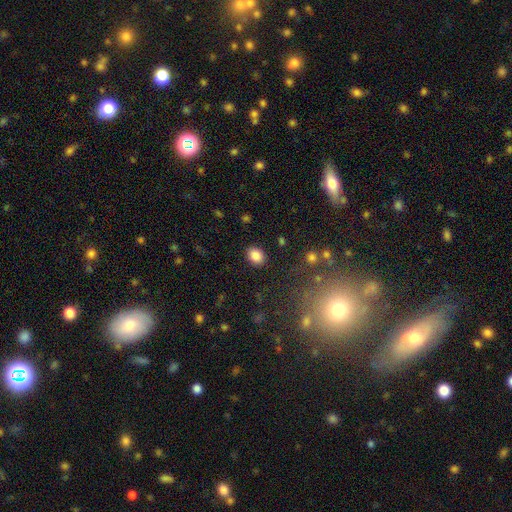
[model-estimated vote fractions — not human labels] This is clearly a smooth galaxy (85%). How rounded: possibly in between (58%). Merging: clearly none (88%).